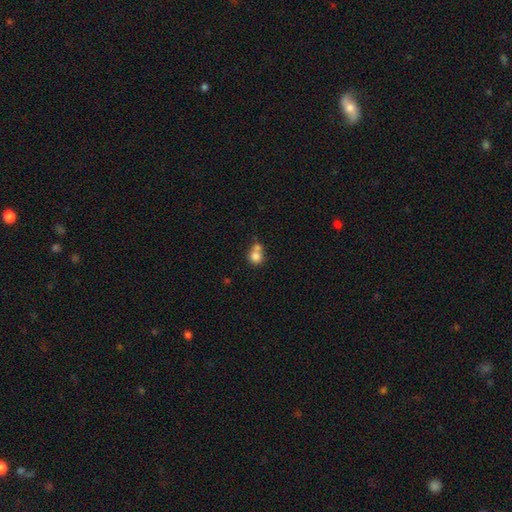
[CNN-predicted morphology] type=smooth (77%); roundness=round (76%); merging=merger (54%).